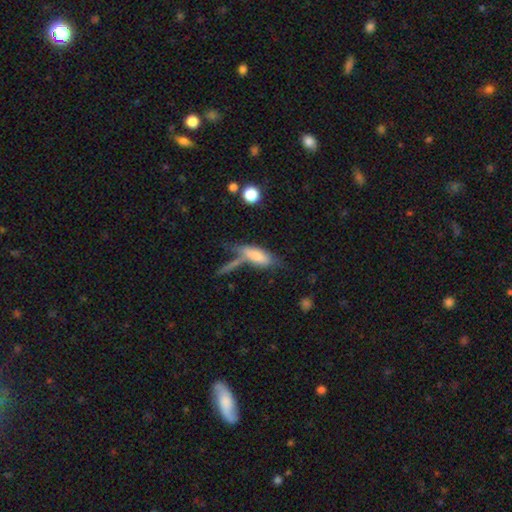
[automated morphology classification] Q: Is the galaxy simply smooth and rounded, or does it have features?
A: smooth — 71%.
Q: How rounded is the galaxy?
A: in between — 65%.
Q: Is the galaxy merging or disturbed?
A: none — 33%.